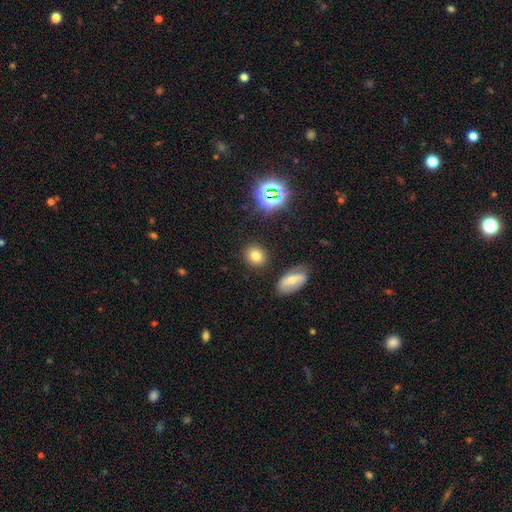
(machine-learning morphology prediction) Smooth or featured: smooth — 75% (star or artifact — 17%)
How rounded: round — 74% (in between — 24%)
Merging: none — 86% (minor disturbance — 8%)